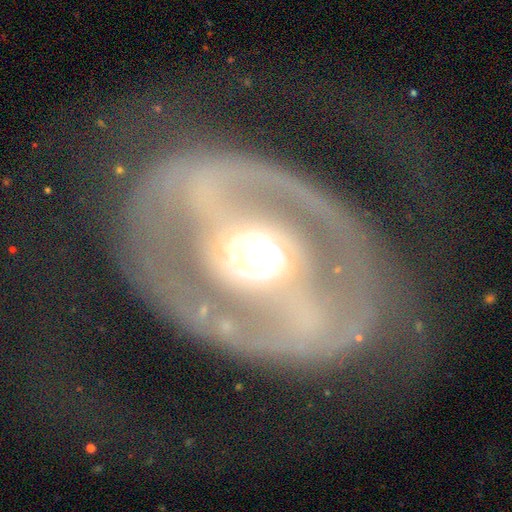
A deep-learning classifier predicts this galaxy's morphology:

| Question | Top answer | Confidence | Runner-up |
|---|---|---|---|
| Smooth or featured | featured or disk | 89% | smooth (6%) |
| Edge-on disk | no | 97% | yes (3%) |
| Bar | no | 50% | weak (30%) |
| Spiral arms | yes | 88% | no (12%) |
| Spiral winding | medium | 44% | tight (39%) |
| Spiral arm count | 2 | 83% | can't tell (6%) |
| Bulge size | moderate | 65% | small (21%) |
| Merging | none | 70% | minor disturbance (14%) |